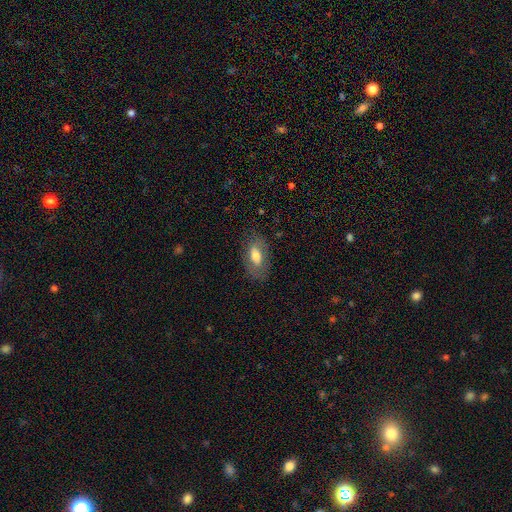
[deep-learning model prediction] smooth-or-featured: smooth: 64% | featured or disk: 28% | star or artifact: 8%
  how-rounded: in between: 89% | cigar-shaped: 6% | round: 5%
  merging: none: 76% | minor disturbance: 16% | major disturbance: 7% | merger: 1%